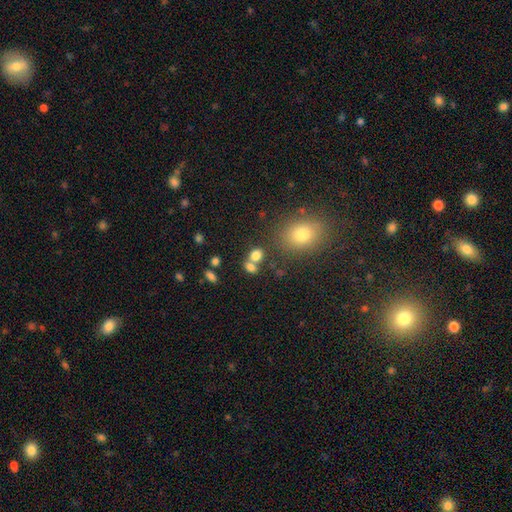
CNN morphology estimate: smooth-or-featured: smooth: 77% | star or artifact: 13% | featured or disk: 9%
  how-rounded: in between: 53% | round: 45% | cigar-shaped: 2%
  merging: none: 44% | merger: 42% | minor disturbance: 9% | major disturbance: 5%